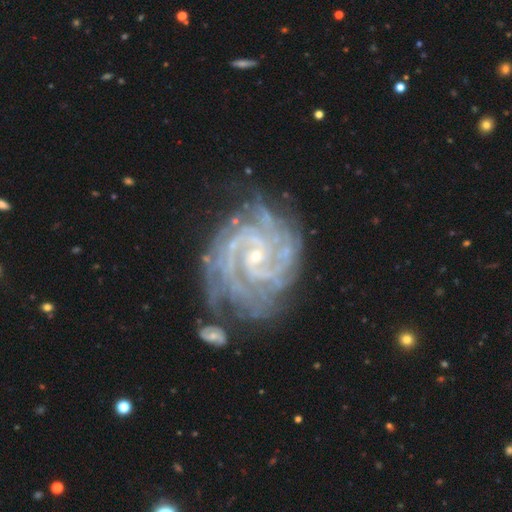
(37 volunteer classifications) Volunteers were most divided on "spiral winding": tight: 62%, medium: 35%, loose: 3%. More confident: smooth or featured — featured or disk (100%); edge-on disk — no (97%); spiral arms — yes (94%); bulge size — small (81%); merging — none (73%); bar — no (67%); spiral arm count — 2 (53%).